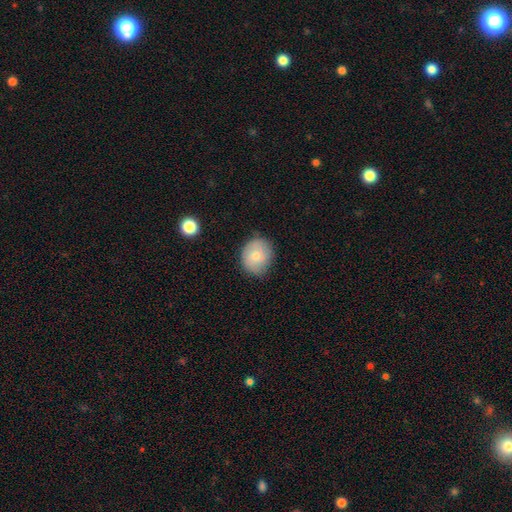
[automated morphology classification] A smooth galaxy with no disk features (76%) that is round (69%).

Vote fractions:
- Smooth or featured? smooth: 76% / featured or disk: 16% / star or artifact: 7%
- How rounded? round: 69% / in between: 30% / cigar-shaped: 1%
- Merging? none: 79% / minor disturbance: 17% / major disturbance: 3% / merger: 1%